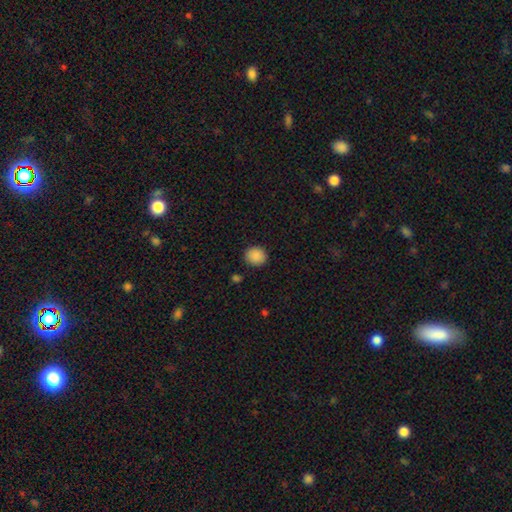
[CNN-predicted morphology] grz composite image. It shows a smooth galaxy with no disk features (89%) that is round (86%). Merging: none (89%).